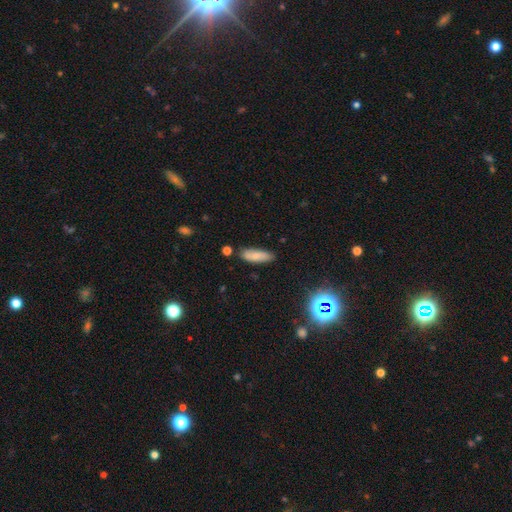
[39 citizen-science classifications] Smooth or featured? 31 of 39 (79%) said smooth. How rounded? 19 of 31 (61%) said in between. Merging? 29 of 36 (81%) said none.